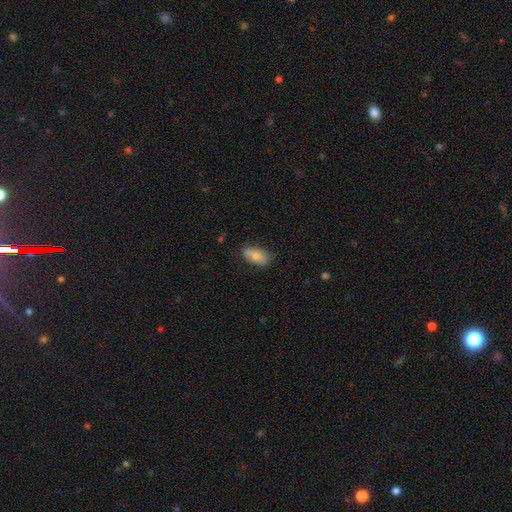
smooth-or-featured: smooth: 78% | featured or disk: 15% | star or artifact: 8%
  how-rounded: in between: 90% | round: 10% | cigar-shaped: 0%
  merging: none: 70% | minor disturbance: 27% | merger: 3% | major disturbance: 0%